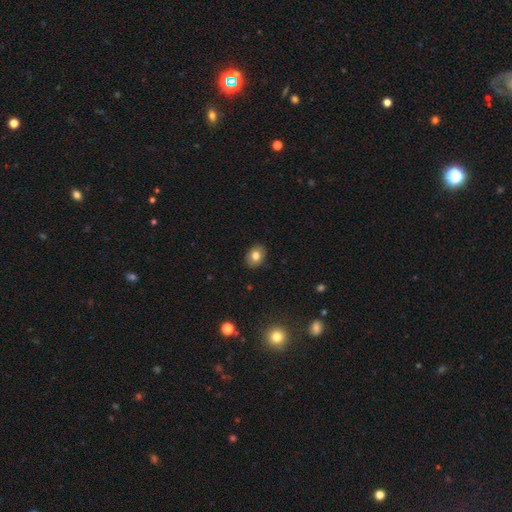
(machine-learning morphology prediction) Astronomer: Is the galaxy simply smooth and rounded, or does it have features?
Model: smooth — 78%.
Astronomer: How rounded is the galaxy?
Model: in between — 58% (runner-up: round, 41%).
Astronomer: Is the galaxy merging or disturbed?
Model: none — 88%.